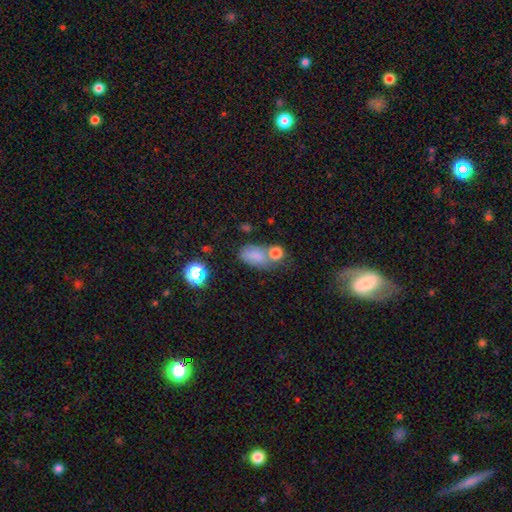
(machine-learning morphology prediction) type=smooth (76%); roundness=in between (85%); merging=none (40%).